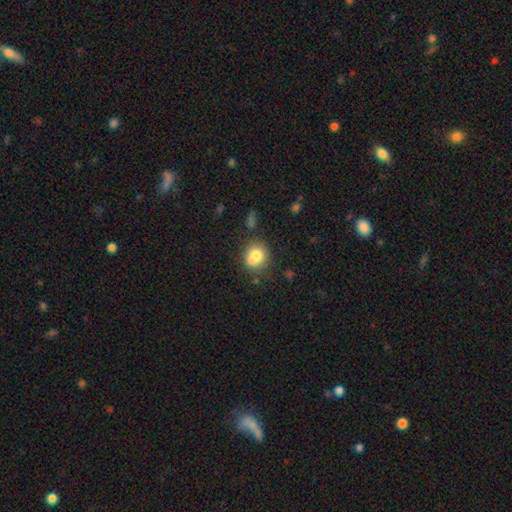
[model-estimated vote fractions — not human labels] A smooth galaxy with no disk features (77%) that is round (79%).

Vote fractions:
- Smooth or featured? smooth: 77% / featured or disk: 13% / star or artifact: 10%
- How rounded? round: 79% / in between: 20% / cigar-shaped: 1%
- Merging? none: 57% / merger: 20% / minor disturbance: 17% / major disturbance: 6%